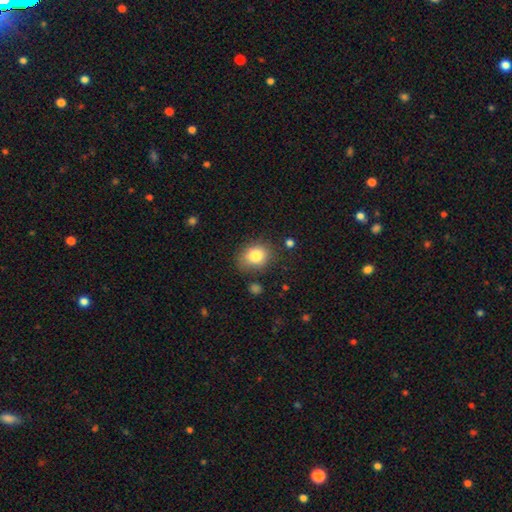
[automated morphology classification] This appears to be a smooth galaxy with no disk features (82%) that is round (55%). Merging: none (76%).